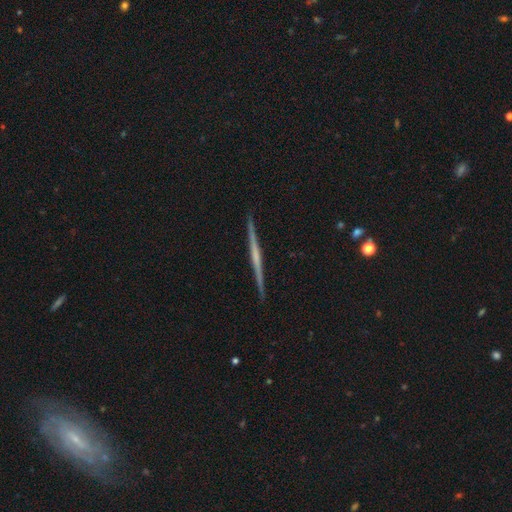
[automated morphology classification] This is likely a featured or disk galaxy (72%). It is clearly viewed edge-on (98%). Edge-on bulge: likely none (68%). Merging: clearly none (92%).